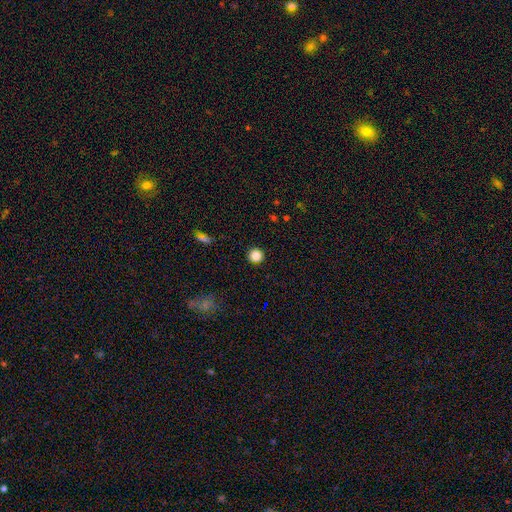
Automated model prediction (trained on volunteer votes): Smooth or featured: smooth — 85% (star or artifact — 11%)
How rounded: round — 96% (in between — 3%)
Merging: none — 93% (minor disturbance — 5%)